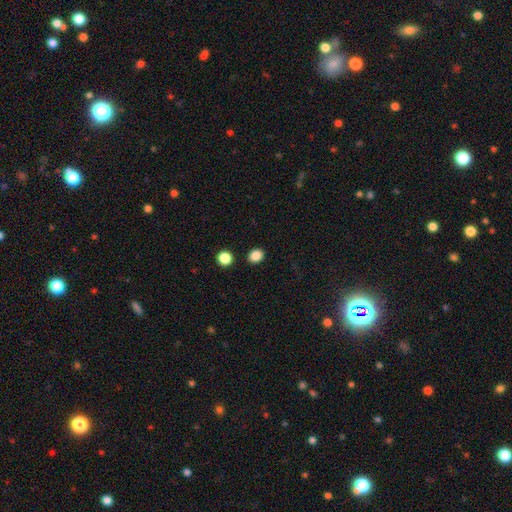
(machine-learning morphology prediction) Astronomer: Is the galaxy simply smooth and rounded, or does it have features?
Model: smooth — 86%.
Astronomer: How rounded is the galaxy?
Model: in between — 52% (runner-up: round, 47%).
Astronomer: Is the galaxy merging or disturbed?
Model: none — 89%.